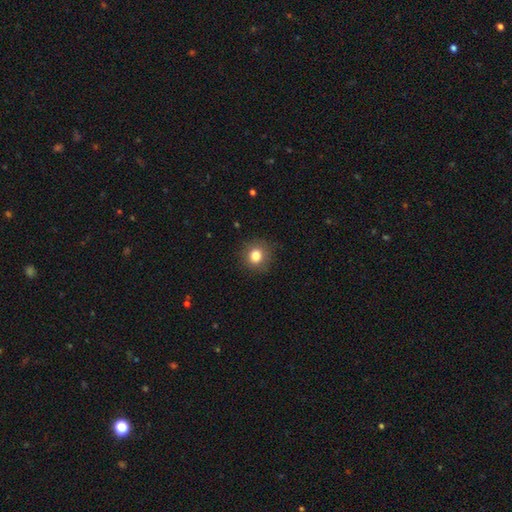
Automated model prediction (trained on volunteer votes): A smooth galaxy with no disk features (82%) that is round (89%).

Vote fractions:
- Smooth or featured? smooth: 82% / star or artifact: 11% / featured or disk: 7%
- How rounded? round: 89% / in between: 10% / cigar-shaped: 1%
- Merging? none: 88% / minor disturbance: 9% / major disturbance: 3% / merger: 1%